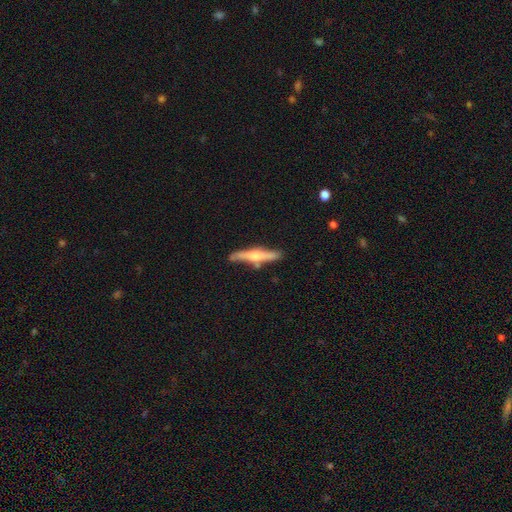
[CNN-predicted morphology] Q: Smooth or featured?
A: featured or disk (56%); runner-up: smooth (39%)
Q: Edge-on disk?
A: yes (95%); runner-up: no (5%)
Q: Edge-on bulge?
A: rounded (79%); runner-up: boxy (11%)
Q: Merging?
A: none (76%); runner-up: minor disturbance (16%)